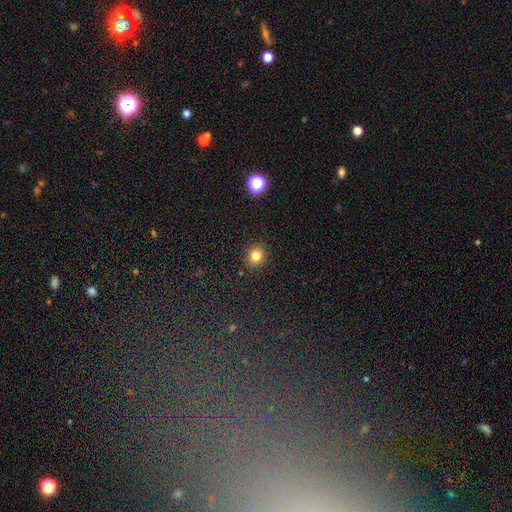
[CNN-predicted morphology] Smooth or featured?
  - smooth: 81% *
  - star or artifact: 13%
  - featured or disk: 6%
How rounded?
  - round: 84% *
  - in between: 16%
  - cigar-shaped: 1%
Merging?
  - none: 90% *
  - minor disturbance: 7%
  - major disturbance: 2%
  - merger: 1%